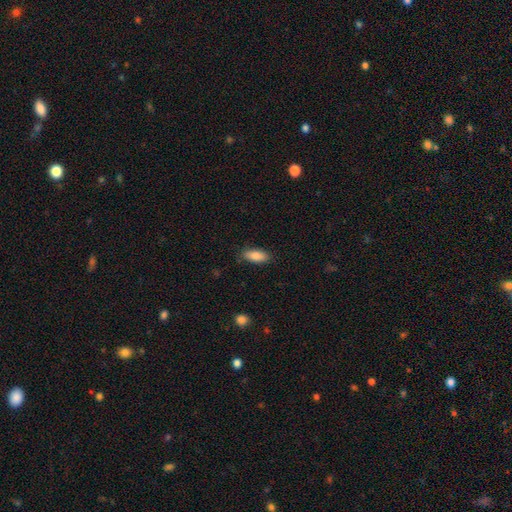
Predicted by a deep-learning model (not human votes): A smooth galaxy with no disk features (85%) that is in between round and cigar-shaped (79%). Merging: none (85%).